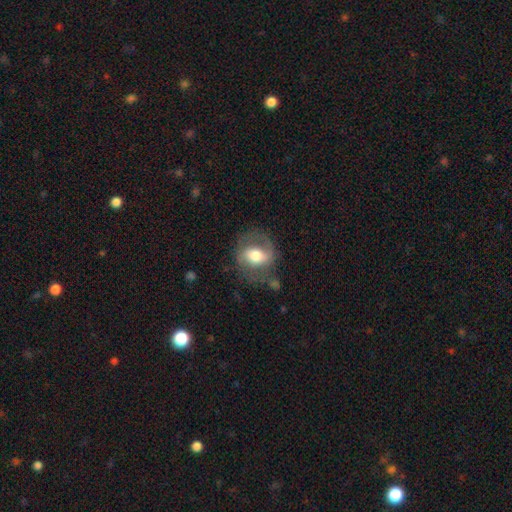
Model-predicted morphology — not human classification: Q: Smooth or featured?
A: featured or disk (59%); runner-up: smooth (34%)
Q: Edge-on disk?
A: no (95%); runner-up: yes (5%)
Q: Bar?
A: weak (39%); runner-up: strong (36%)
Q: Spiral arms?
A: yes (69%); runner-up: no (31%)
Q: Bulge size?
A: moderate (63%); runner-up: large (25%)
Q: Merging?
A: none (61%); runner-up: minor disturbance (21%)